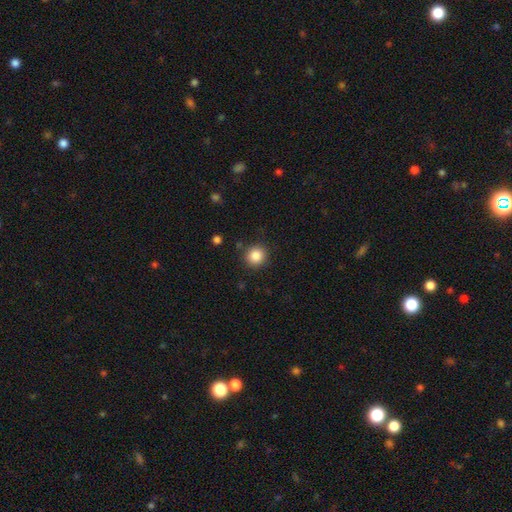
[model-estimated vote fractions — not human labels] A smooth galaxy with no disk features (85%) that is round (92%).

Vote fractions:
- Smooth or featured? smooth: 85% / star or artifact: 10% / featured or disk: 5%
- How rounded? round: 92% / in between: 7% / cigar-shaped: 1%
- Merging? none: 89% / minor disturbance: 7% / major disturbance: 2% / merger: 2%